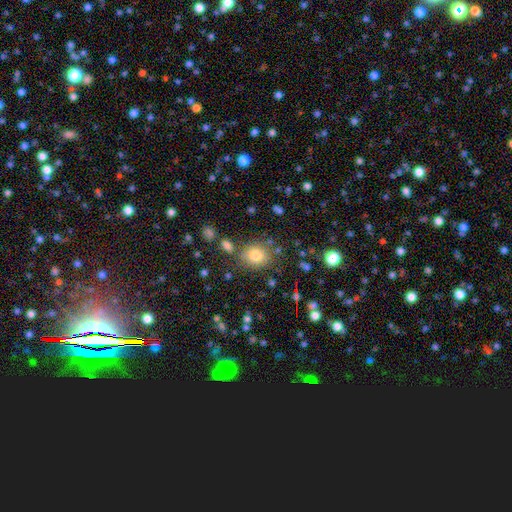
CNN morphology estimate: Overall: smooth (80%). How rounded: round (69%; in between 30%). Merging: none (77%).